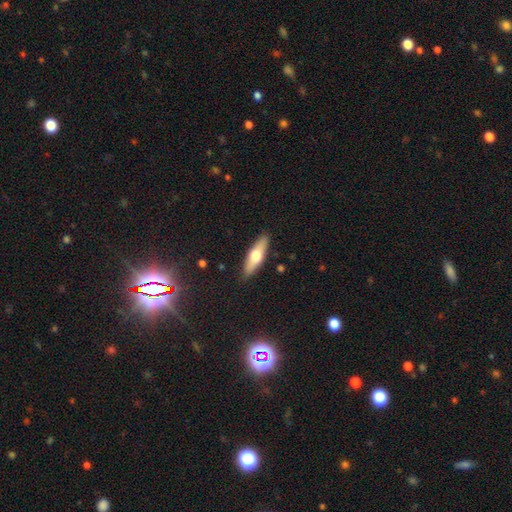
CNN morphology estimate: Smooth or featured? Predicted: smooth (p=0.56). How rounded? Predicted: cigar-shaped (p=0.53). Merging? Predicted: none (p=0.89).